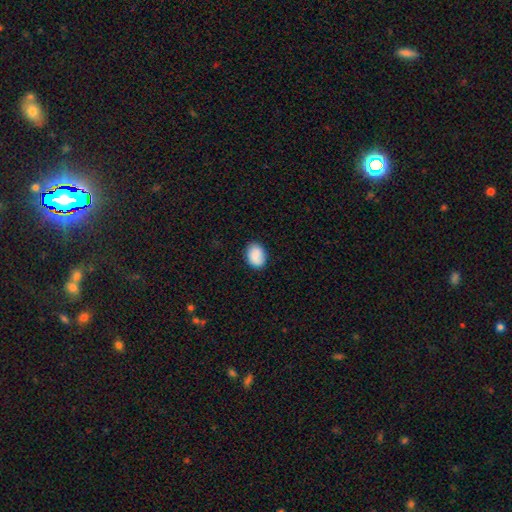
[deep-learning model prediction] Smooth or featured?
  - smooth: 87% *
  - star or artifact: 7%
  - featured or disk: 6%
How rounded?
  - in between: 70% *
  - round: 29%
  - cigar-shaped: 1%
Merging?
  - none: 84% *
  - minor disturbance: 13%
  - major disturbance: 3%
  - merger: 1%